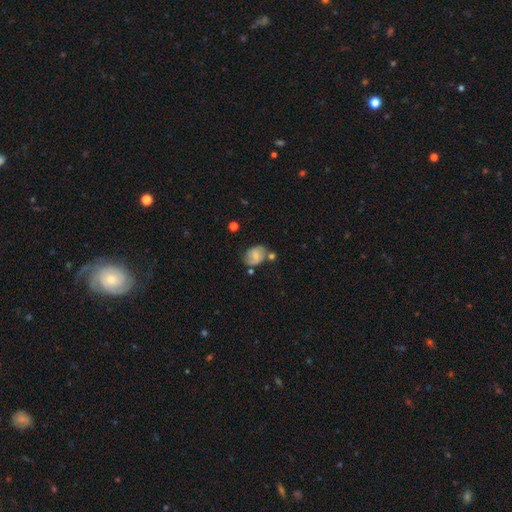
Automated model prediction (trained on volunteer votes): Smooth or featured? Predicted: featured or disk (p=0.47). Merging? Predicted: none (p=0.56).